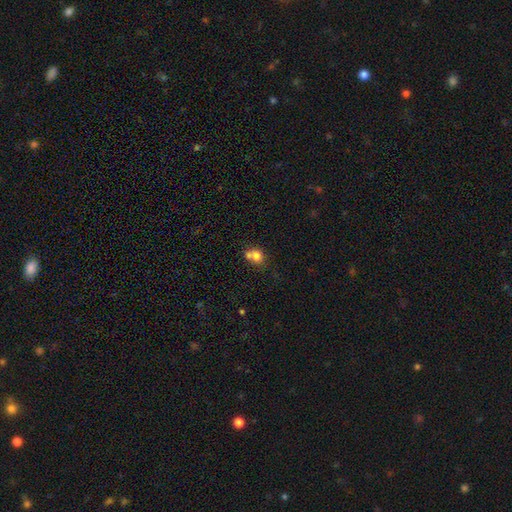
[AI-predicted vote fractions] Morphology: type=smooth (75%); roundness=round (71%); merging=merger (53%).